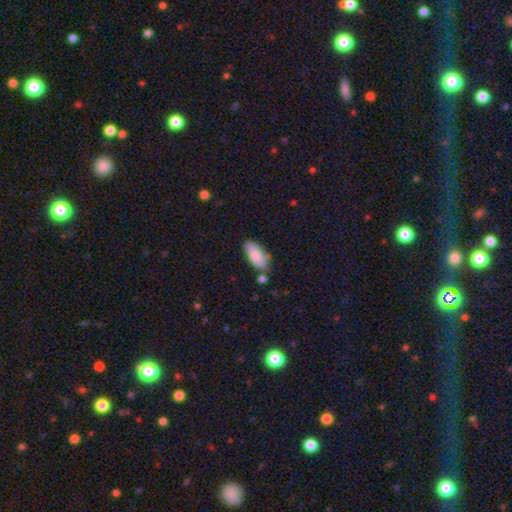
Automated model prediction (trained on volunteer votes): Smooth or featured: smooth — 86% (featured or disk — 8%)
How rounded: in between — 85% (cigar-shaped — 13%)
Merging: none — 74% (minor disturbance — 16%)